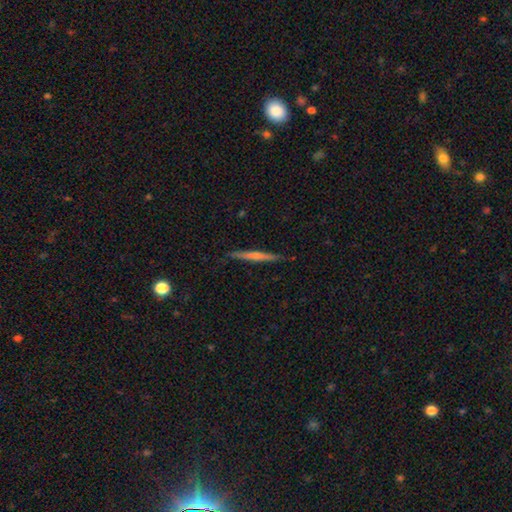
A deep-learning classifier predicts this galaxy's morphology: featured or disk 60%, smooth 33%, star or artifact 7%. Down the decision tree: edge-on disk — yes (97%); edge-on bulge — rounded (51%); merging — none (89%).